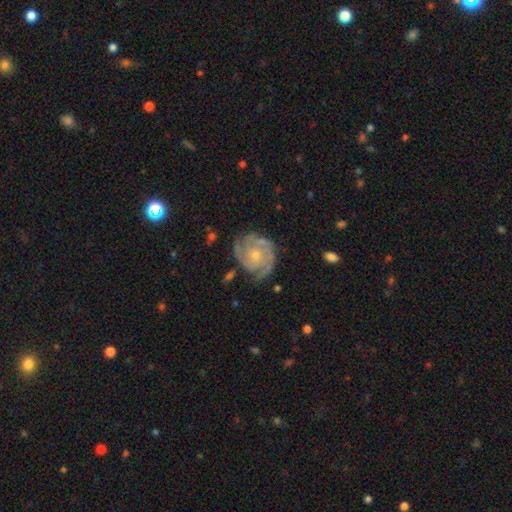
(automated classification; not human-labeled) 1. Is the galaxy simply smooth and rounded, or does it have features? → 86% featured or disk, 9% smooth, 5% star or artifact.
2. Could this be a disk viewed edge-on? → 98% no, 2% yes.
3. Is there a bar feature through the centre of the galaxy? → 78% no, 18% weak, 4% strong.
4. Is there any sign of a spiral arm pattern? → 96% yes, 4% no.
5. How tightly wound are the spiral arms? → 64% tight, 29% medium, 7% loose.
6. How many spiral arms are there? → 47% 2, 23% 3, 16% can't tell, 5% 4, 5% 1, 4% more than 4.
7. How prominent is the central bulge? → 64% small, 32% moderate, 2% none, 1% large, 1% dominant.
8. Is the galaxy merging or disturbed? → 70% none, 20% minor disturbance, 8% major disturbance, 2% merger.